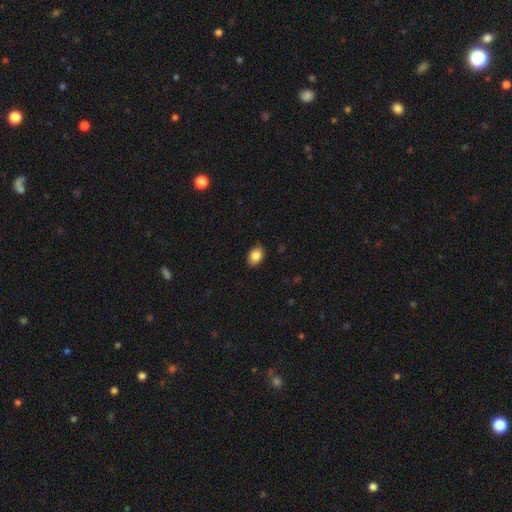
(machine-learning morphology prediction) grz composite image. It shows a smooth galaxy with no disk features (85%) that is in between round and cigar-shaped (77%). Merging: none (84%).